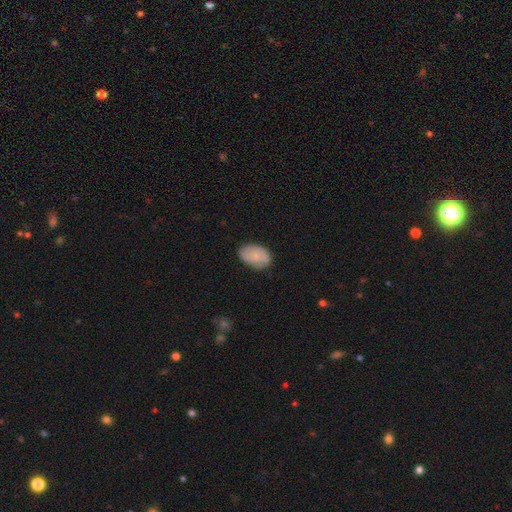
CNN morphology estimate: Smooth or featured: smooth — 64% (featured or disk — 30%)
How rounded: in between — 87% (round — 12%)
Merging: none — 68% (minor disturbance — 26%)